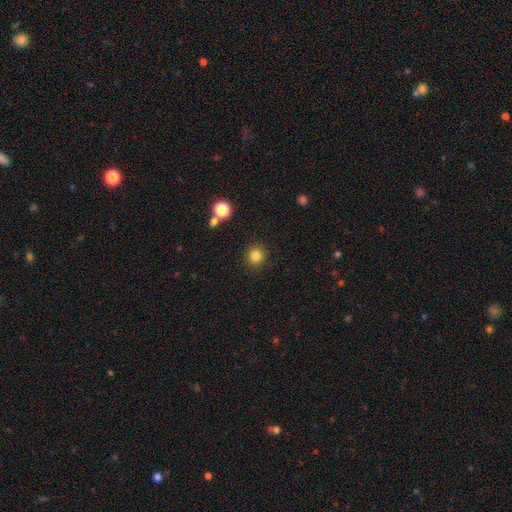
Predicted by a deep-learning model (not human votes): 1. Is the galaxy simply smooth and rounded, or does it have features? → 82% smooth, 13% star or artifact, 5% featured or disk.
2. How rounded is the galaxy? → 92% round, 7% in between, 1% cigar-shaped.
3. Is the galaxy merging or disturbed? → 90% none, 6% minor disturbance, 2% major disturbance, 2% merger.